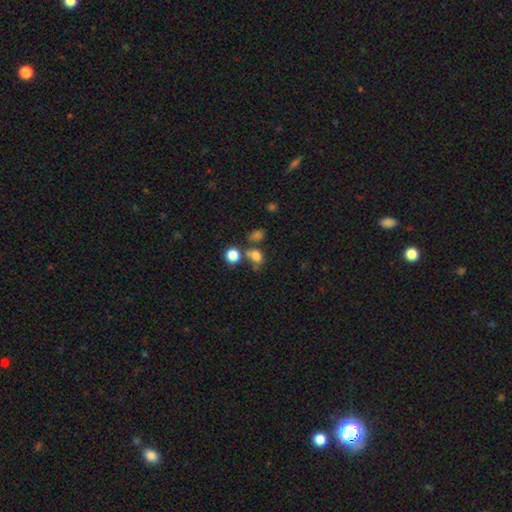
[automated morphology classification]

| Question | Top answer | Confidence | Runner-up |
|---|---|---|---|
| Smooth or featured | smooth | 75% | star or artifact (15%) |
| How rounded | round | 52% | in between (47%) |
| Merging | none | 50% | merger (26%) |